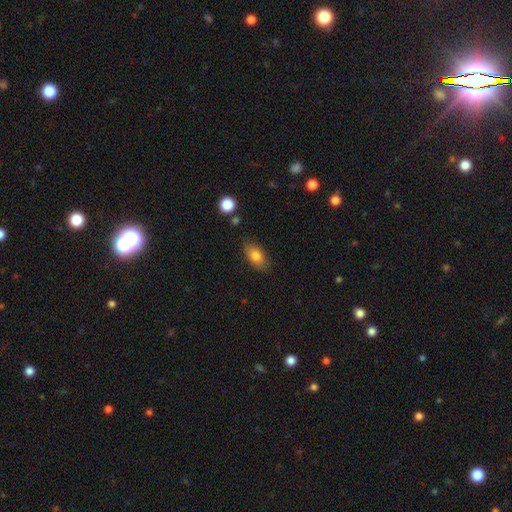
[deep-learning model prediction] Smooth or featured? smooth (80%)
How rounded? in between (88%)
Merging? none (80%)